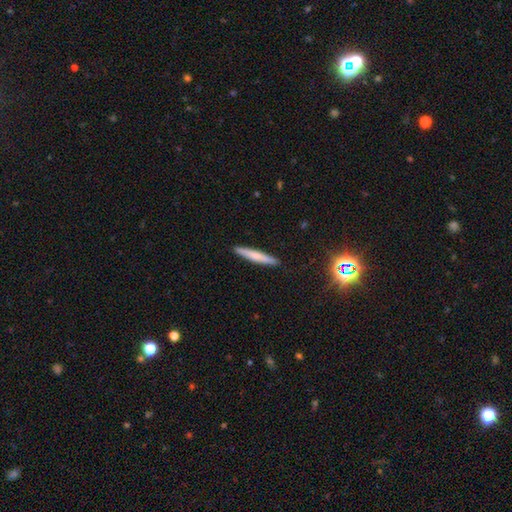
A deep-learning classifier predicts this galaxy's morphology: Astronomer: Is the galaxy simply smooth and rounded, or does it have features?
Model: smooth — 65%.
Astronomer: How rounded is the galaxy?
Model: cigar-shaped — 94%.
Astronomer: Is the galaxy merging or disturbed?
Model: none — 91%.